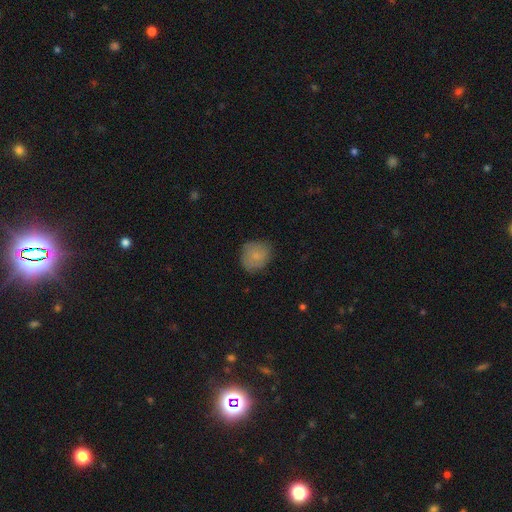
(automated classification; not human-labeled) smooth 73%, featured or disk 20%, star or artifact 8%. Down the decision tree: how rounded — round (76%); merging — none (71%).